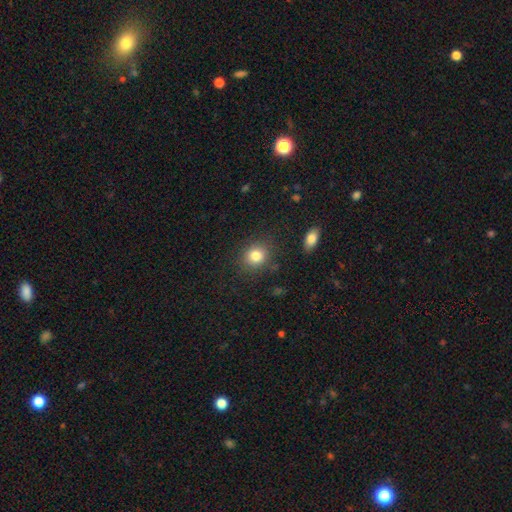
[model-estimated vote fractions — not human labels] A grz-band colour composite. It shows a smooth galaxy with no disk features (83%) that is round (75%). Merging: none (84%).